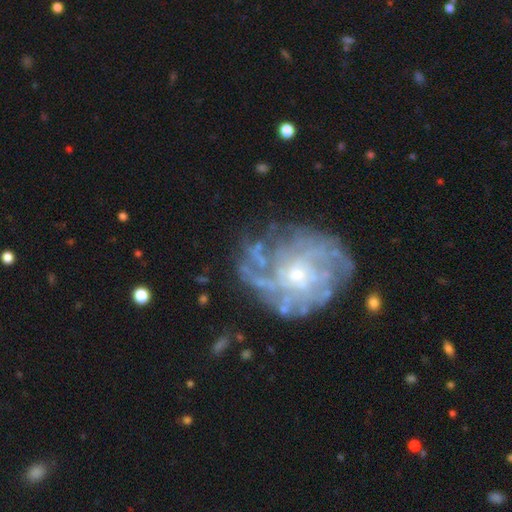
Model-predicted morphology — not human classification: Smooth or featured? featured or disk (81%)
Edge-on disk? no (97%)
Bar? no (79%)
Spiral arms? yes (82%)
Spiral winding? tight (53%)
Spiral arm count? can't tell (39%)
Bulge size? small (66%)
Merging? none (62%)